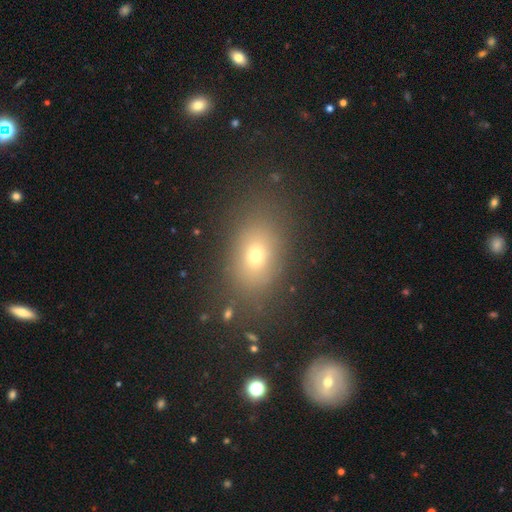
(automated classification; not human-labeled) This is likely a smooth galaxy (69%). How rounded: likely in between (73%). Merging: clearly none (81%).